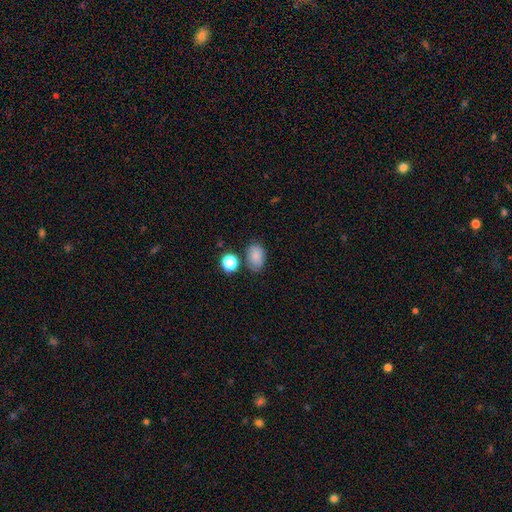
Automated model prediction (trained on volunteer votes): This appears to be a smooth galaxy with no disk features (82%) that is in between round and cigar-shaped (82%). Merging: none (72%).